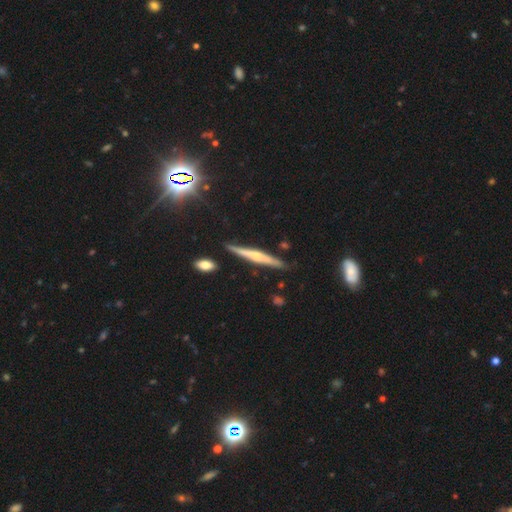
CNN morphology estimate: smooth-or-featured: featured or disk: 59% | smooth: 32% | star or artifact: 8%
  disk-edge-on: yes: 96% | no: 4%
    edge-on-bulge: rounded: 59% | none: 26% | boxy: 15%
  merging: none: 84% | minor disturbance: 11% | merger: 2% | major disturbance: 2%